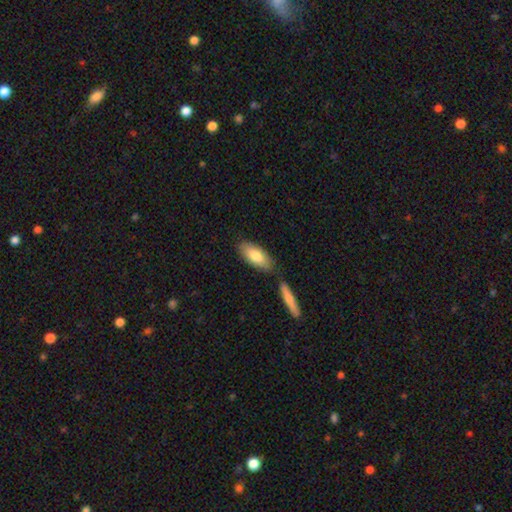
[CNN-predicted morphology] This appears to be a smooth galaxy with no disk features (79%) that is in between round and cigar-shaped (84%). Merging: none (72%).